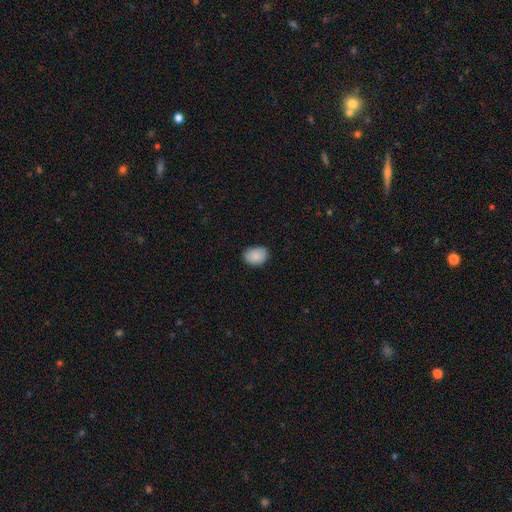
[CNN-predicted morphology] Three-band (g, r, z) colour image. It shows a smooth galaxy with no disk features (88%) that is in between round and cigar-shaped (69%). Merging: none (81%).